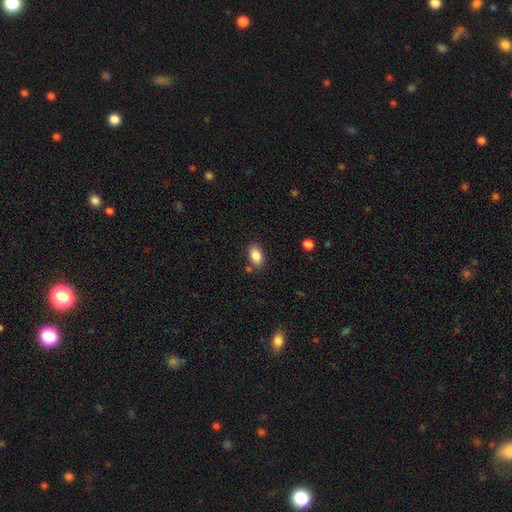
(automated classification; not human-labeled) Q: Smooth or featured?
A: smooth (86%); runner-up: star or artifact (8%)
Q: How rounded?
A: in between (92%); runner-up: round (5%)
Q: Merging?
A: none (81%); runner-up: minor disturbance (11%)